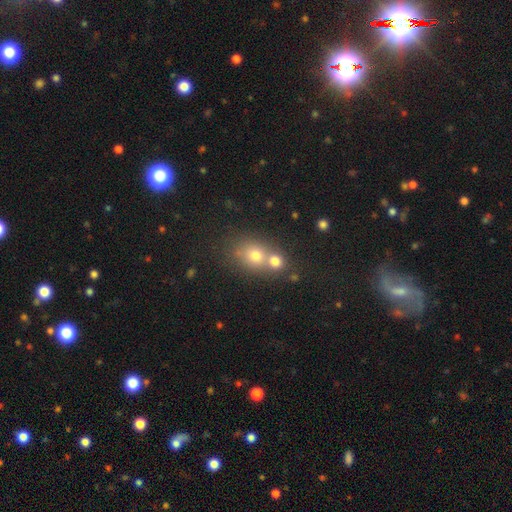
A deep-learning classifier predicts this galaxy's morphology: Overall: smooth (66%). How rounded: round (67%; in between 32%). Merging: merger (52%; none 38%).